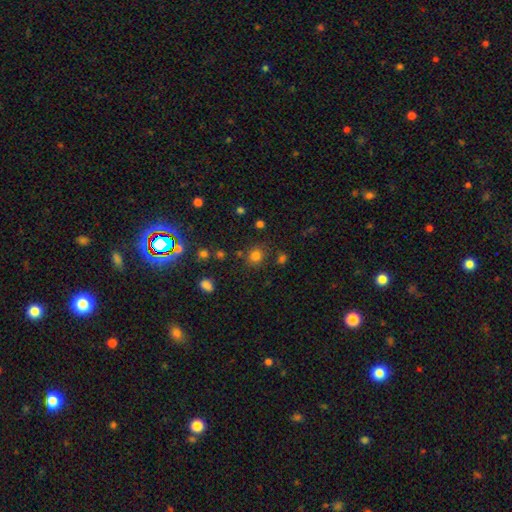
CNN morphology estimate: smooth_or_featured: smooth (p=0.77) [alt: star or artifact p=0.17]
how_rounded: round (p=0.79) [alt: in between p=0.20]
merging: none (p=0.79) [alt: minor disturbance p=0.11]